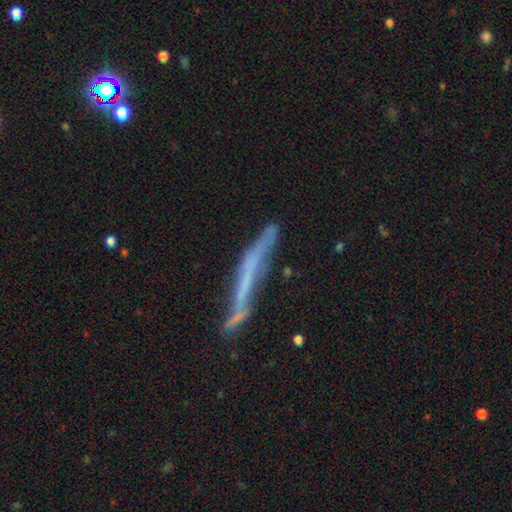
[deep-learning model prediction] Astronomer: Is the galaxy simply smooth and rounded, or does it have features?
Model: featured or disk — 59%.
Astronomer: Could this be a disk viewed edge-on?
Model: yes — 78%.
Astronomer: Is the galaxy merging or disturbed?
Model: none — 48% (runner-up: minor disturbance, 27%).